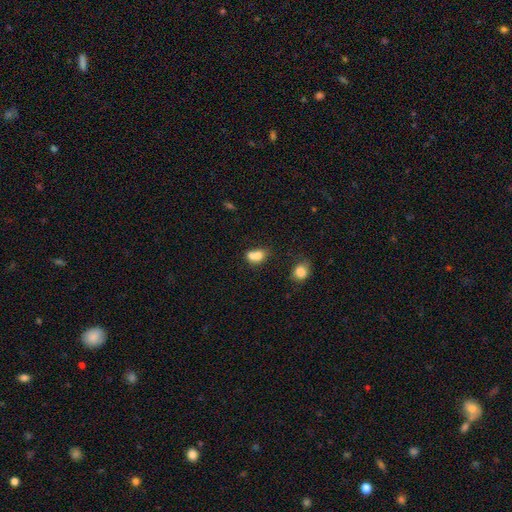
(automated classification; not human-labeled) The model was most divided on "how rounded": in between: 57%, round: 41%, cigar-shaped: 2%. More confident: smooth or featured — smooth (74%); merging — merger (61%).